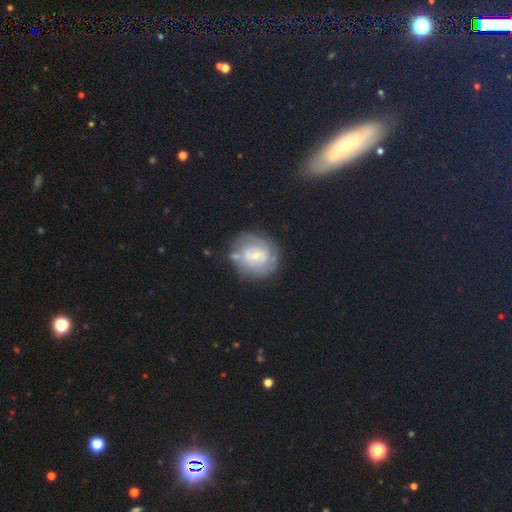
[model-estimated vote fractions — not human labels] Q: Smooth or featured?
A: featured or disk (61%); runner-up: smooth (31%)
Q: Edge-on disk?
A: no (97%); runner-up: yes (3%)
Q: Bar?
A: no (65%); runner-up: weak (28%)
Q: Spiral arms?
A: yes (55%); runner-up: no (45%)
Q: Bulge size?
A: small (55%); runner-up: moderate (40%)
Q: Merging?
A: none (61%); runner-up: minor disturbance (20%)